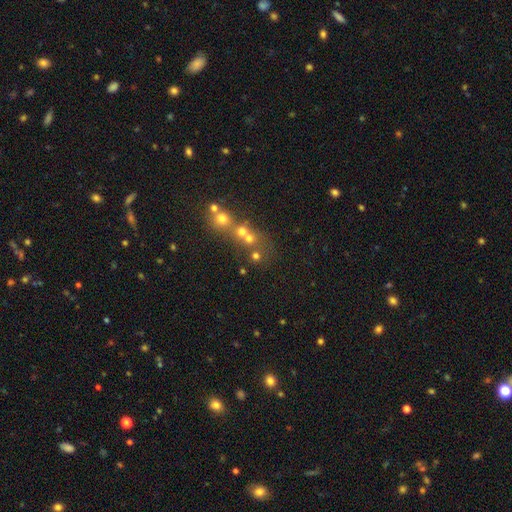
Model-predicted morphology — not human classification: This is possibly a smooth galaxy (59%). How rounded: clearly round (83%). Merging: possibly none (46%).